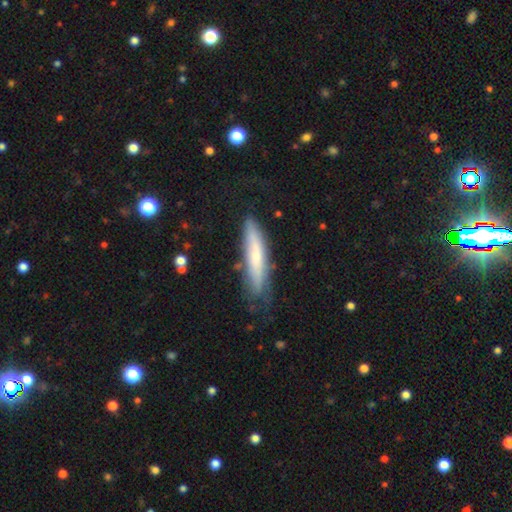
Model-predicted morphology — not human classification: This appears to be a smooth galaxy with no disk features (52%) that is cigar-shaped (85%). Merging: none (70%).